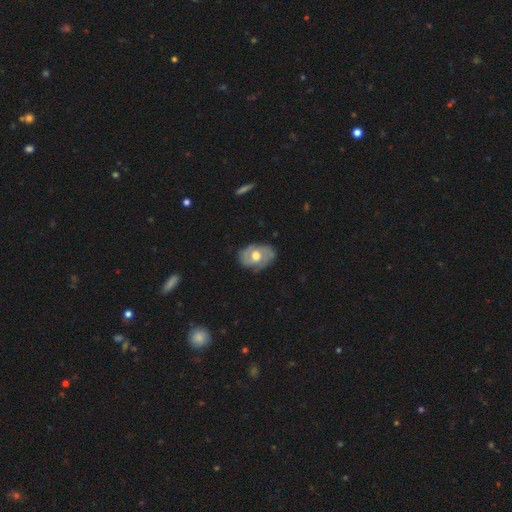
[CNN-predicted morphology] A featured or disk galaxy (67%) with no bar (64%), spiral arms (75%) and a moderate central bulge (70%). Merging: none (71%).